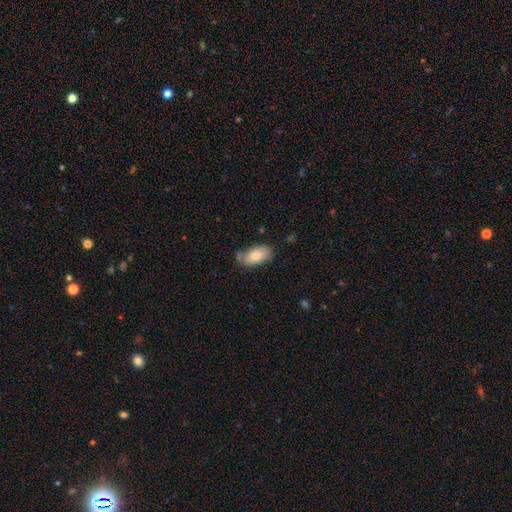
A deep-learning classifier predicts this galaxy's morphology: type=smooth (81%); roundness=in between (93%); merging=none (68%).